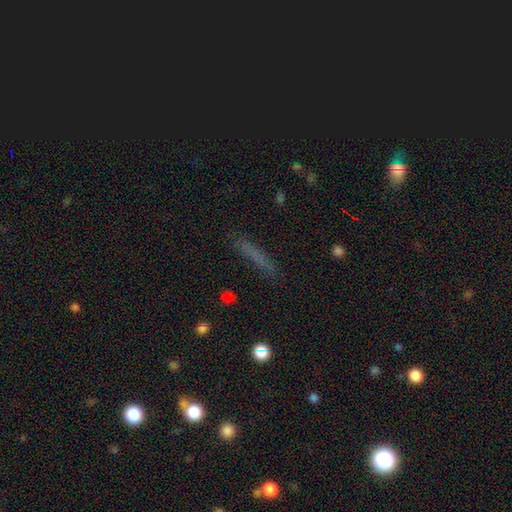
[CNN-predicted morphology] A smooth galaxy with no disk features (63%) that is cigar-shaped (90%).

Vote fractions:
- Smooth or featured? smooth: 63% / featured or disk: 22% / star or artifact: 15%
- How rounded? cigar-shaped: 90% / in between: 7% / round: 3%
- Merging? none: 81% / minor disturbance: 13% / major disturbance: 4% / merger: 2%